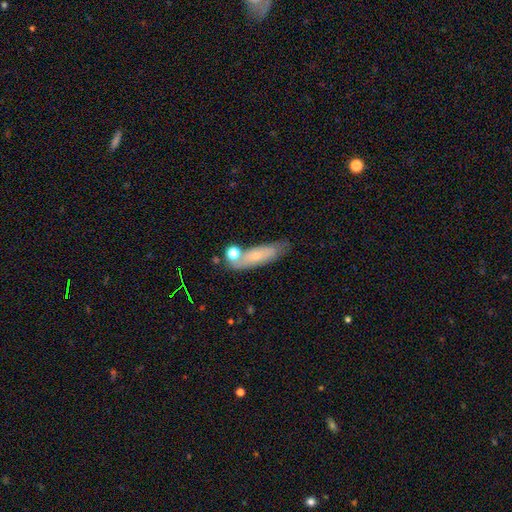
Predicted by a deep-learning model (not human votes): Q: Smooth or featured?
A: smooth (59%); runner-up: featured or disk (32%)
Q: How rounded?
A: cigar-shaped (54%); runner-up: in between (42%)
Q: Merging?
A: none (58%); runner-up: minor disturbance (20%)